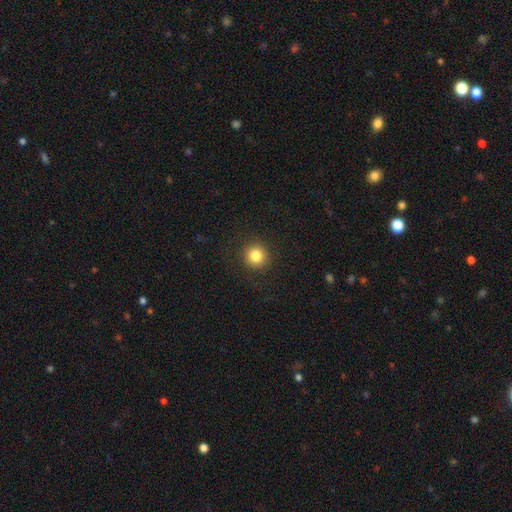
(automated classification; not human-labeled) Morphology: type=smooth (83%); roundness=round (94%); merging=none (91%).